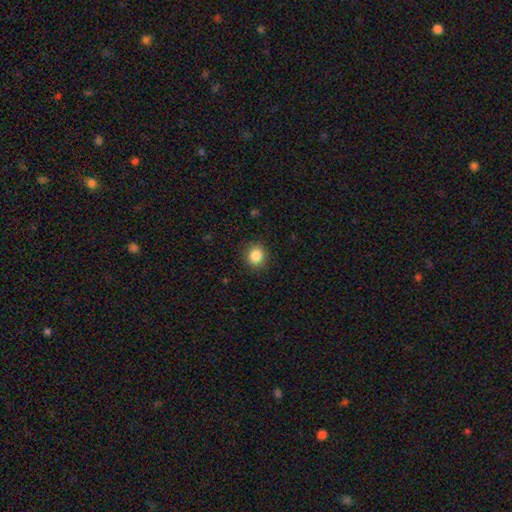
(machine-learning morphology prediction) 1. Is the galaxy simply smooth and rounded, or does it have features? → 86% smooth, 10% star or artifact, 4% featured or disk.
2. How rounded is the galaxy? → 80% round, 19% in between, 1% cigar-shaped.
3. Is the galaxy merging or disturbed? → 89% none, 7% minor disturbance, 2% major disturbance, 1% merger.